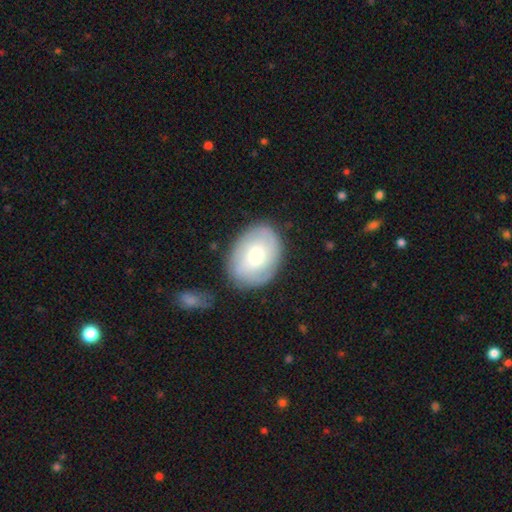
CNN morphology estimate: Smooth or featured: smooth — 50% (featured or disk — 43%)
How rounded: in between — 69% (round — 30%)
Merging: none — 78% (minor disturbance — 15%)